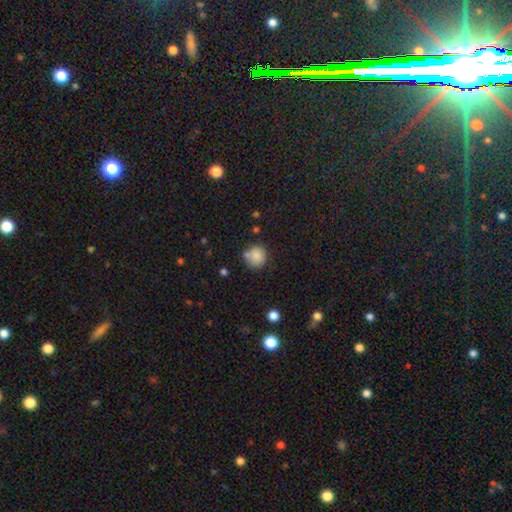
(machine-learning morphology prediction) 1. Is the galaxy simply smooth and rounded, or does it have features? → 84% smooth, 10% star or artifact, 6% featured or disk.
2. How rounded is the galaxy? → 90% round, 9% in between, 1% cigar-shaped.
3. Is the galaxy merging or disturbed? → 70% none, 15% minor disturbance, 11% merger, 4% major disturbance.